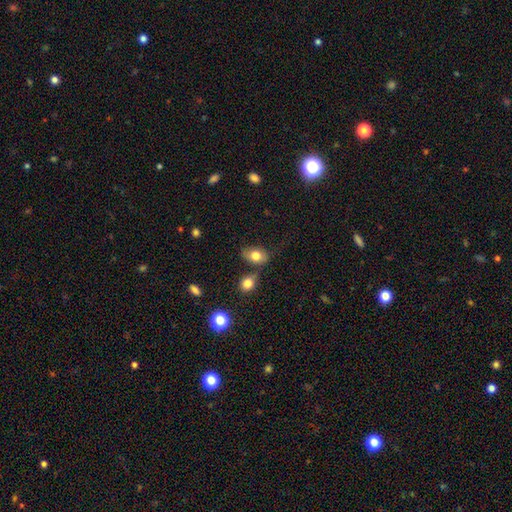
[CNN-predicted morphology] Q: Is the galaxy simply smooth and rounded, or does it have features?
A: smooth — 79%.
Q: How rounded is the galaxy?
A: in between — 77%.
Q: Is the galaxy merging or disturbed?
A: none — 59%.